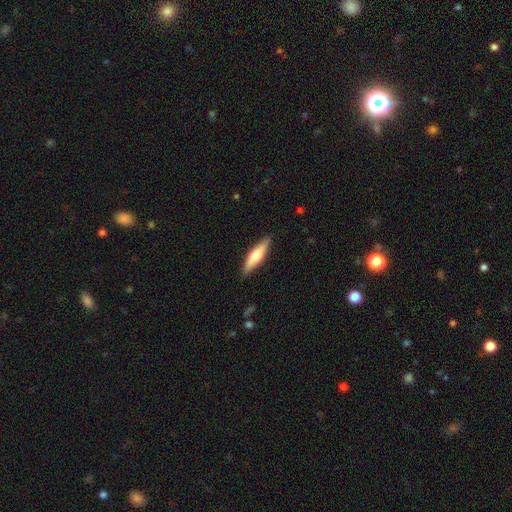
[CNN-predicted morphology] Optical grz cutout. It shows a smooth galaxy with no disk features (57%) that is cigar-shaped (68%). Merging: none (88%).